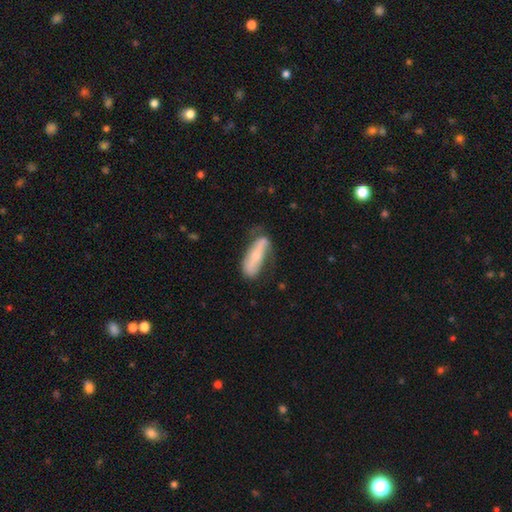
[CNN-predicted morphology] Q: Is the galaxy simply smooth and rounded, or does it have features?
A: featured or disk — 52%.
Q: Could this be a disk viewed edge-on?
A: no — 70%.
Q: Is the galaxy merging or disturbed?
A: none — 54%.